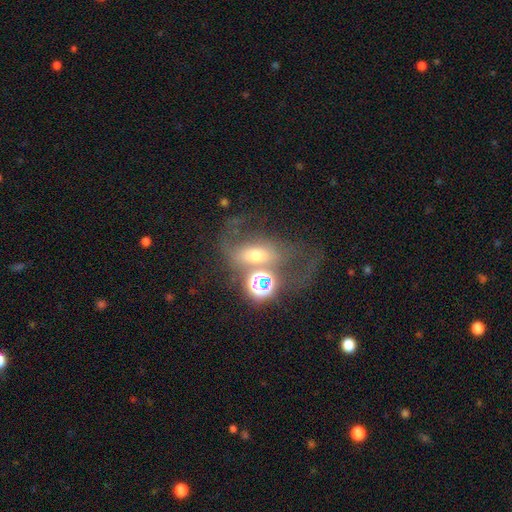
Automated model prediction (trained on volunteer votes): smooth_or_featured: smooth (p=0.40) [alt: featured or disk p=0.39]
merging: merger (p=0.33) [alt: major disturbance p=0.30]